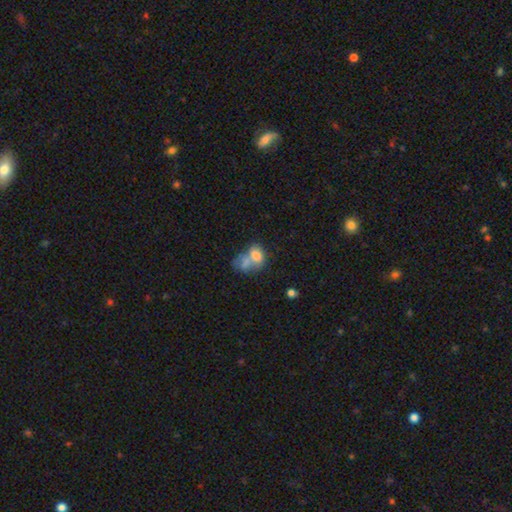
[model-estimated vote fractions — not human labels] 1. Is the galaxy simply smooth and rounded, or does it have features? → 71% smooth, 20% featured or disk, 10% star or artifact.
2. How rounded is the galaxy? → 75% in between, 24% round, 1% cigar-shaped.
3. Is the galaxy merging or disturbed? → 63% merger, 18% none, 9% minor disturbance, 9% major disturbance.